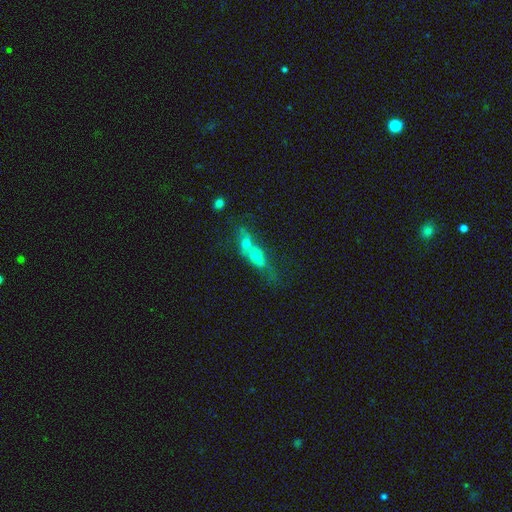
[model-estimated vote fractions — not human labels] This is possibly a smooth galaxy (54%). How rounded: possibly in between (52%). Merging: likely merger (68%).